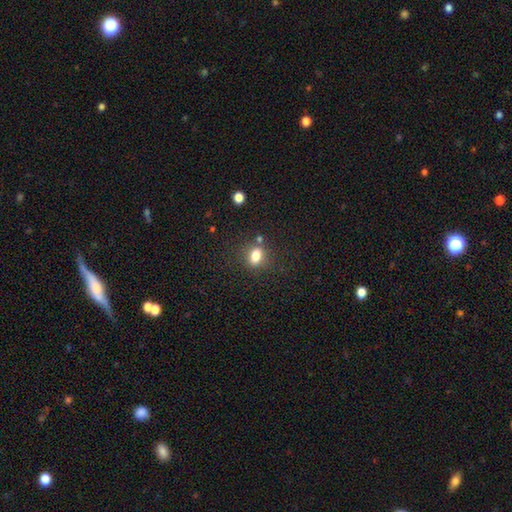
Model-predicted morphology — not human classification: smooth 79%, star or artifact 11%, featured or disk 9%. Down the decision tree: how rounded — in between (66%); merging — none (73%).